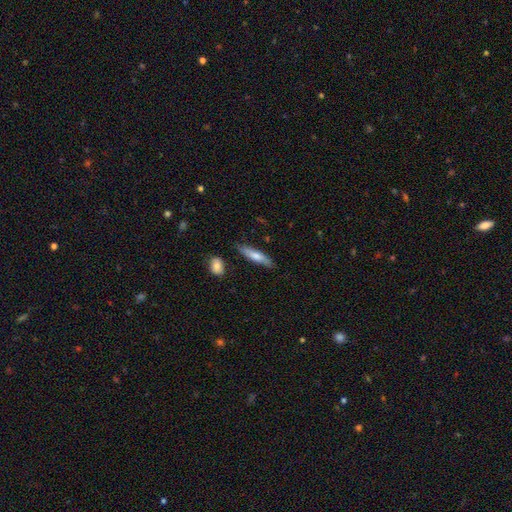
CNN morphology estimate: smooth_or_featured: smooth (p=0.64) [alt: featured or disk p=0.30]
how_rounded: cigar-shaped (p=0.78) [alt: in between p=0.20]
merging: none (p=0.81) [alt: minor disturbance p=0.14]